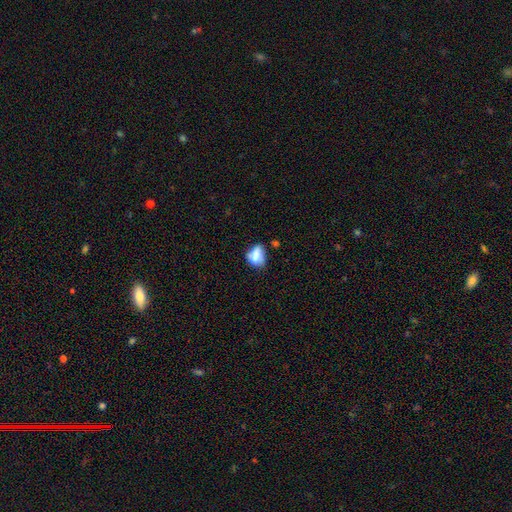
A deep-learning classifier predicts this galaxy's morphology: smooth_or_featured: smooth (p=0.67) [alt: featured or disk p=0.22]
how_rounded: in between (p=0.68) [alt: round p=0.28]
merging: none (p=0.41) [alt: minor disturbance p=0.31]